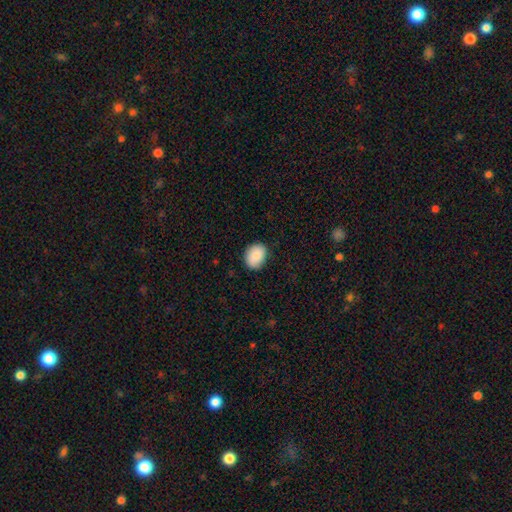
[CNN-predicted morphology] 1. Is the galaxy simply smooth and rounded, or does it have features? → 89% smooth, 7% star or artifact, 4% featured or disk.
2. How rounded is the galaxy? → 63% in between, 36% round, 1% cigar-shaped.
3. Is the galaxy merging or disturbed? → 84% none, 13% minor disturbance, 2% major disturbance, 1% merger.